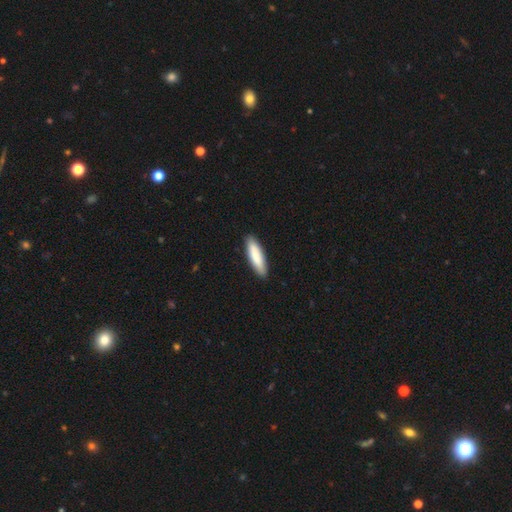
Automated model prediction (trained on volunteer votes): smooth_or_featured: smooth (p=0.83) [alt: featured or disk p=0.12]
how_rounded: cigar-shaped (p=0.70) [alt: in between p=0.29]
merging: none (p=0.90) [alt: minor disturbance p=0.07]